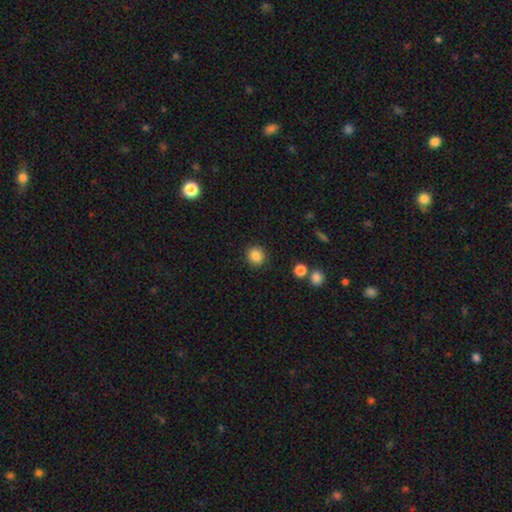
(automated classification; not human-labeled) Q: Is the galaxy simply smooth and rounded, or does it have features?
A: smooth — 85%.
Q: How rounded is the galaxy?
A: round — 90%.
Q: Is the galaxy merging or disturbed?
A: none — 90%.